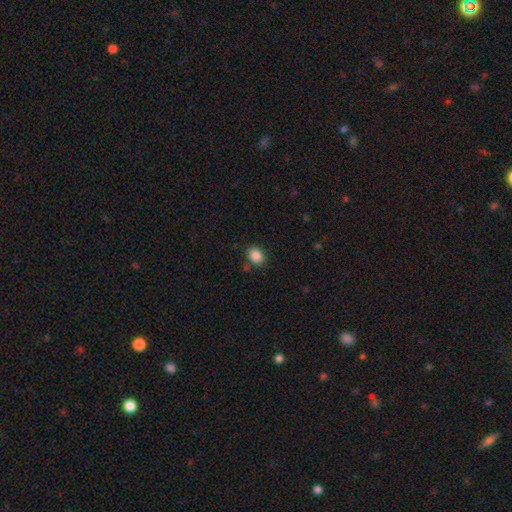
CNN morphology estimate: A smooth galaxy with no disk features (86%) that is in between round and cigar-shaped (56%).

Vote fractions:
- Smooth or featured? smooth: 86% / star or artifact: 9% / featured or disk: 4%
- How rounded? in between: 56% / round: 43% / cigar-shaped: 1%
- Merging? none: 80% / minor disturbance: 12% / merger: 4% / major disturbance: 3%